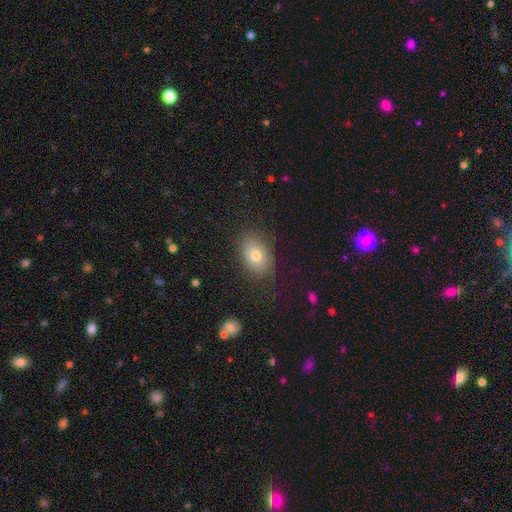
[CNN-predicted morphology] smooth_or_featured: smooth (p=0.75) [alt: featured or disk p=0.14]
how_rounded: in between (p=0.78) [alt: round p=0.20]
merging: none (p=0.83) [alt: minor disturbance p=0.12]